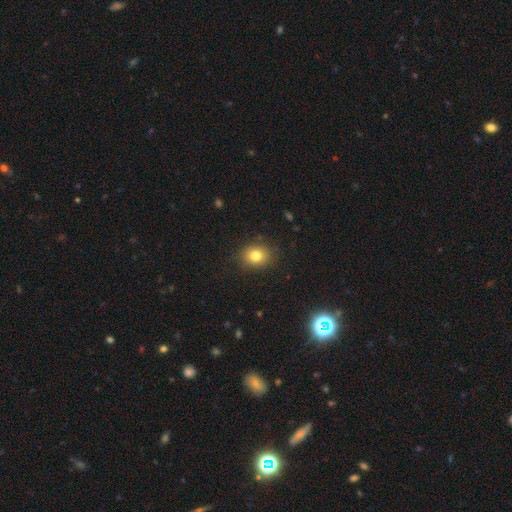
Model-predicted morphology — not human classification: This is clearly a smooth galaxy (80%). How rounded: likely round (63%). Merging: clearly none (87%).